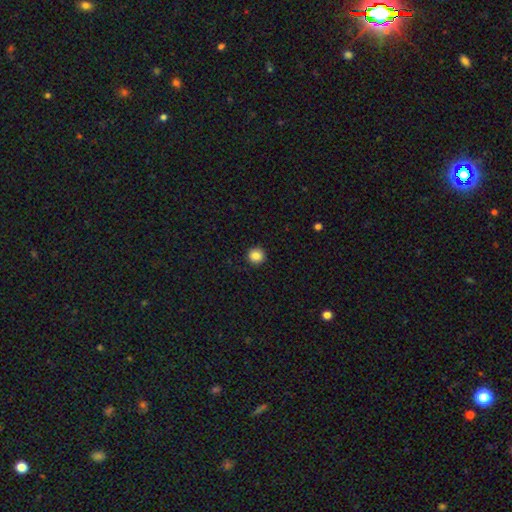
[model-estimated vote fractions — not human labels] Smooth or featured: smooth — 87% (star or artifact — 10%)
How rounded: round — 94% (in between — 5%)
Merging: none — 92% (minor disturbance — 5%)